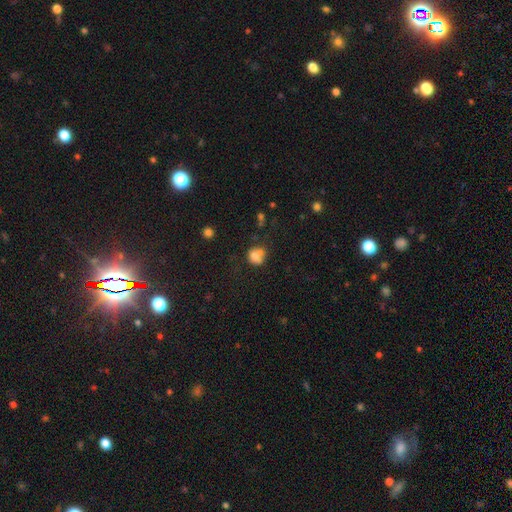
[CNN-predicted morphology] type=smooth (69%); roundness=round (68%); merging=merger (42%).